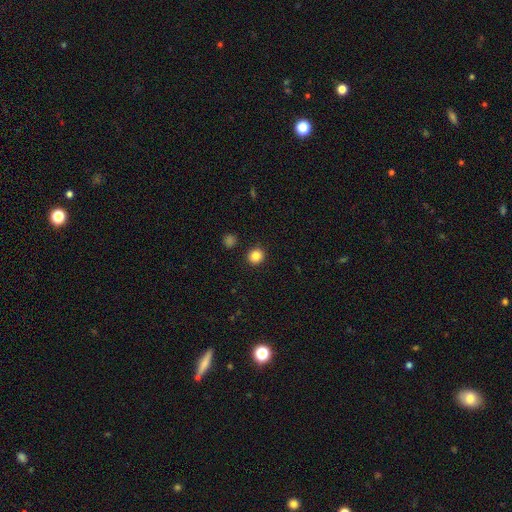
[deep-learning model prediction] Smooth or featured?
  - smooth: 84% *
  - star or artifact: 11%
  - featured or disk: 5%
How rounded?
  - round: 90% *
  - in between: 9%
  - cigar-shaped: 1%
Merging?
  - none: 92% *
  - minor disturbance: 5%
  - major disturbance: 2%
  - merger: 1%